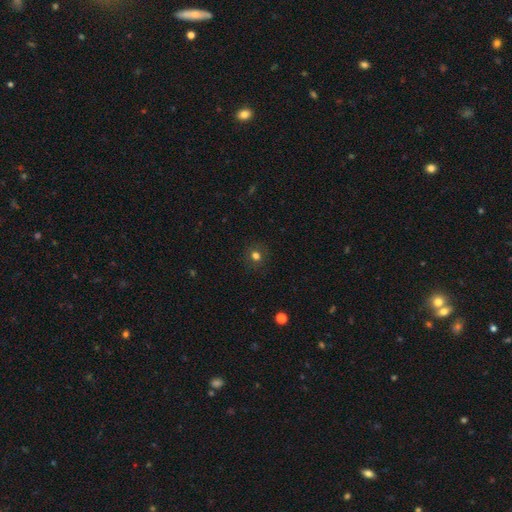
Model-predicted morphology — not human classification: smooth_or_featured: smooth (p=0.72) [alt: star or artifact p=0.20]
how_rounded: round (p=0.85) [alt: in between p=0.14]
merging: none (p=0.88) [alt: minor disturbance p=0.08]